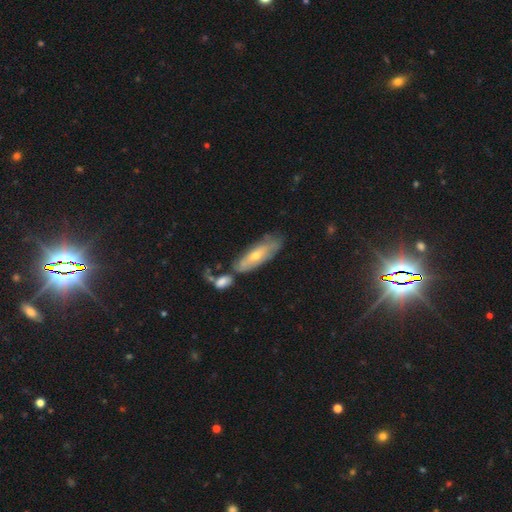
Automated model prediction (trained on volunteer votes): The model was most divided on "smooth or featured": featured or disk: 57%, smooth: 35%, star or artifact: 9%. More confident: edge-on disk — no (68%); merging — none (55%).